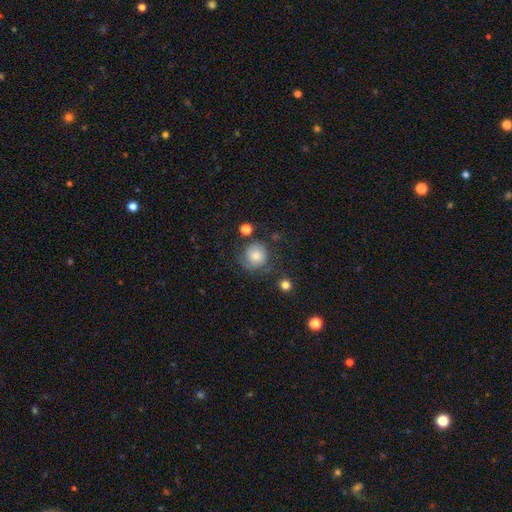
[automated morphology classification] smooth 68%, featured or disk 21%, star or artifact 10%. Down the decision tree: how rounded — round (85%); merging — none (62%).